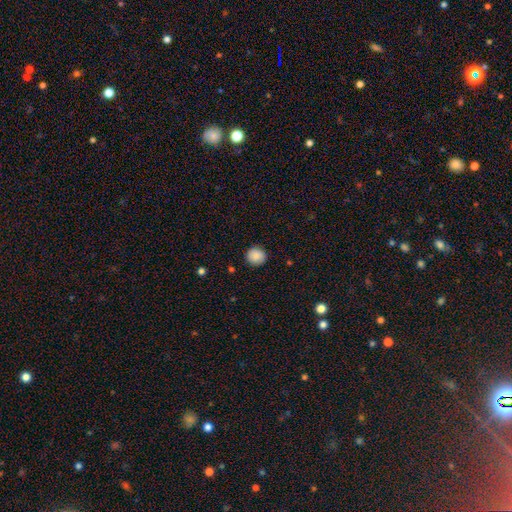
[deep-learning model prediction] Smooth or featured?
  - smooth: 88% *
  - star or artifact: 8%
  - featured or disk: 4%
How rounded?
  - round: 93% *
  - in between: 6%
  - cigar-shaped: 1%
Merging?
  - none: 91% *
  - minor disturbance: 6%
  - major disturbance: 2%
  - merger: 1%